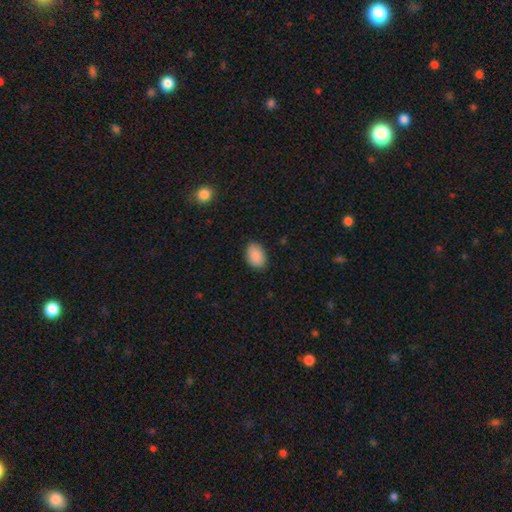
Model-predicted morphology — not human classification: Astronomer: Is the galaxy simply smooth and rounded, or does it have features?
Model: smooth — 89%.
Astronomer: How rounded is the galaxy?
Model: in between — 85%.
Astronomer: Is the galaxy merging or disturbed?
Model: none — 84%.